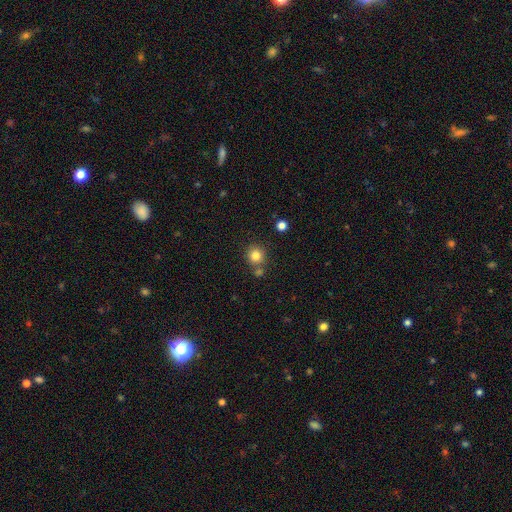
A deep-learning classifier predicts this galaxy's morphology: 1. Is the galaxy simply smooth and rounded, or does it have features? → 82% smooth, 12% star or artifact, 6% featured or disk.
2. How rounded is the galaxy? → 91% round, 8% in between, 1% cigar-shaped.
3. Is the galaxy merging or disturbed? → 75% none, 14% merger, 9% minor disturbance, 3% major disturbance.